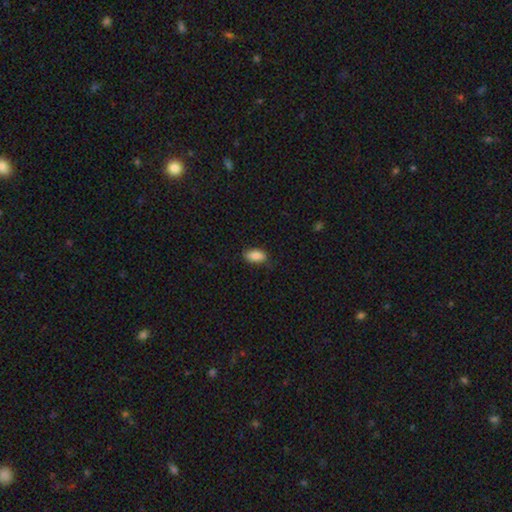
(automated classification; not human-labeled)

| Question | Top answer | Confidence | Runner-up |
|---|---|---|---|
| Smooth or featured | smooth | 87% | star or artifact (7%) |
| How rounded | in between | 92% | cigar-shaped (4%) |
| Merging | none | 81% | minor disturbance (15%) |